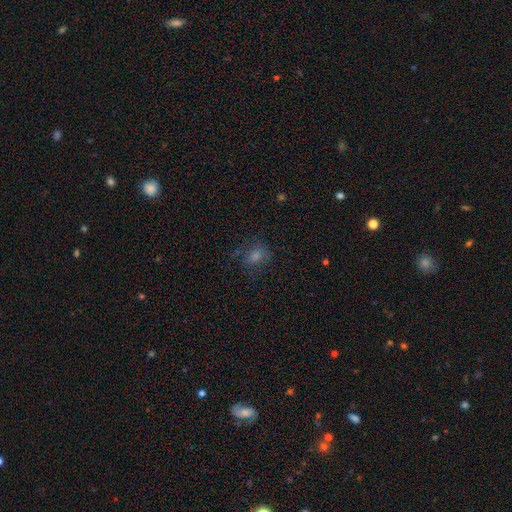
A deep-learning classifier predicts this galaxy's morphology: Smooth or featured? Predicted: smooth (p=0.58). How rounded? Predicted: round (p=0.64). Merging? Predicted: none (p=0.73).